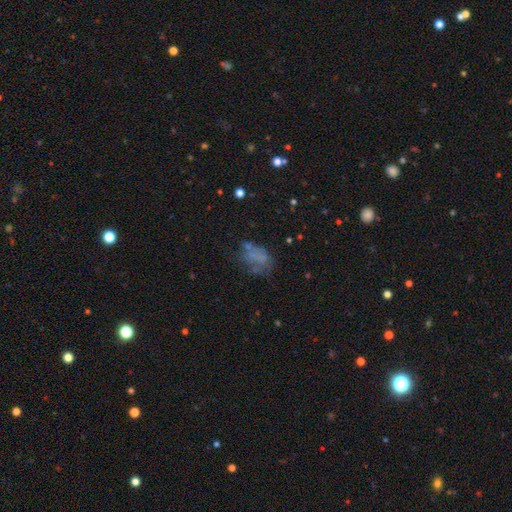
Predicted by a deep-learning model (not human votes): smooth 49%, featured or disk 32%, star or artifact 19%. Down the decision tree: merging — none (46%).